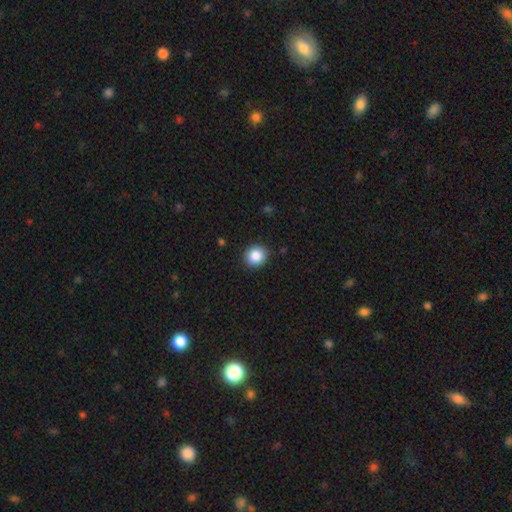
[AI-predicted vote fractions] Morphology: type=smooth (87%); roundness=round (88%); merging=none (90%).